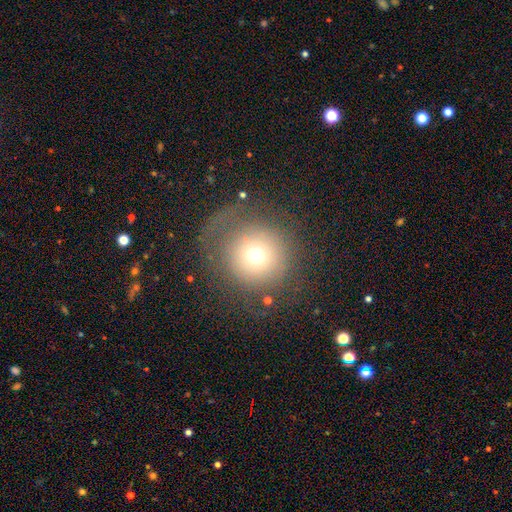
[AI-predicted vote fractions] Smooth or featured? Predicted: smooth (p=0.65). How rounded? Predicted: round (p=0.95). Merging? Predicted: none (p=0.62).